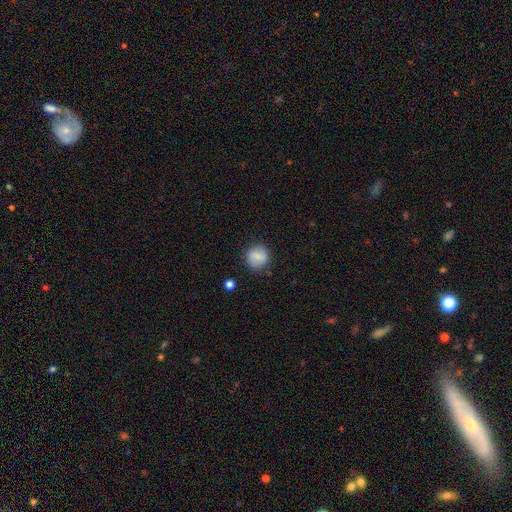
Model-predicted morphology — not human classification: Smooth or featured? Predicted: smooth (p=0.76). How rounded? Predicted: round (p=0.87). Merging? Predicted: none (p=0.83).